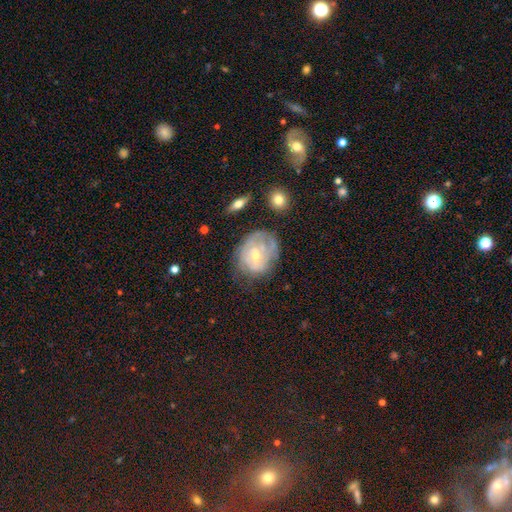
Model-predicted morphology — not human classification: type=featured or disk (68%); edge-on=no (96%); bar=no (56%); spiral arms=yes (74%); bulge=small (56%); merging=none (50%).